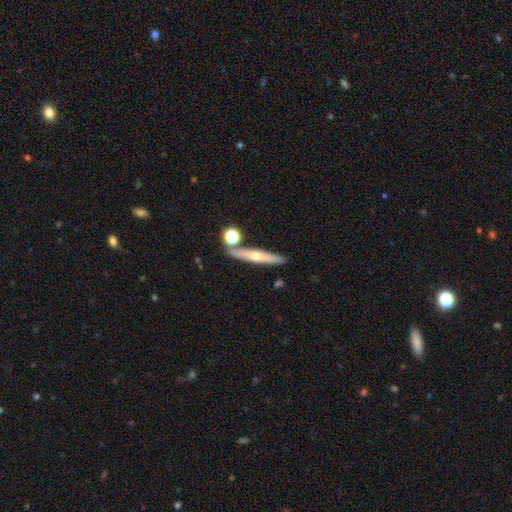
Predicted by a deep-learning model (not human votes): Smooth or featured?
  - featured or disk: 55% *
  - smooth: 36%
  - star or artifact: 8%
Edge-on disk?
  - yes: 91% *
  - no: 9%
Edge-on bulge?
  - rounded: 85% *
  - none: 12%
  - boxy: 3%
Merging?
  - none: 80% *
  - minor disturbance: 10%
  - merger: 8%
  - major disturbance: 3%